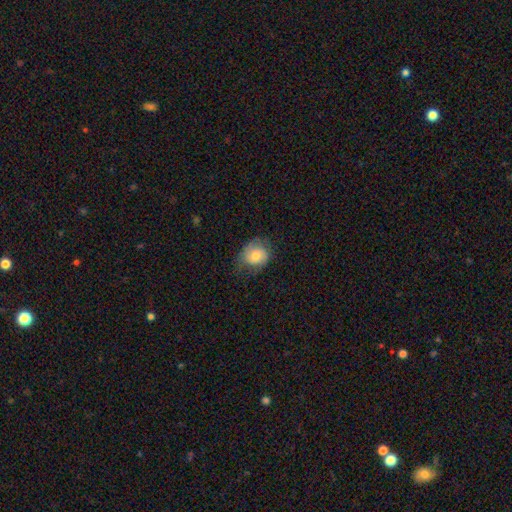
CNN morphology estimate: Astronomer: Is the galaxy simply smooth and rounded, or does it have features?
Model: smooth — 71%.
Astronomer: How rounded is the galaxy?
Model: round — 61% (runner-up: in between, 38%).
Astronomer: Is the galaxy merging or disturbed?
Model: none — 57%.